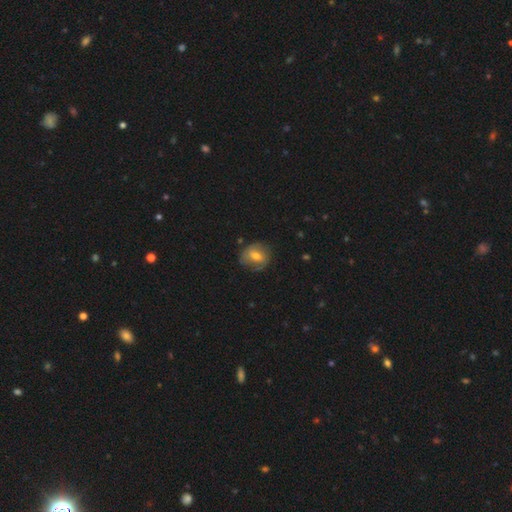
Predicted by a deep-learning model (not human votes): The model was most divided on "smooth or featured": smooth: 54%, featured or disk: 38%, star or artifact: 8%. More confident: merging — none (70%); how rounded — round (64%).